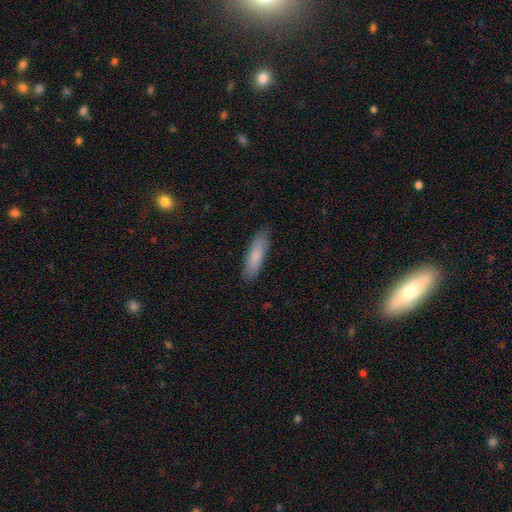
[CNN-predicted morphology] smooth-or-featured: smooth: 83% | featured or disk: 12% | star or artifact: 6%
  how-rounded: cigar-shaped: 63% | in between: 36% | round: 1%
  merging: none: 86% | minor disturbance: 11% | major disturbance: 2% | merger: 1%